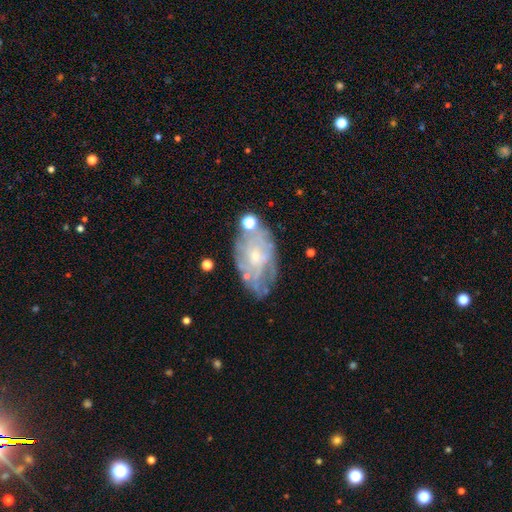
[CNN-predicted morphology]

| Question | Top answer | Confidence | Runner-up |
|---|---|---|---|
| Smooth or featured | featured or disk | 69% | smooth (22%) |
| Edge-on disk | no | 94% | yes (6%) |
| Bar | no | 80% | weak (16%) |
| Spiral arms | yes | 57% | no (43%) |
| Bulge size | small | 75% | moderate (19%) |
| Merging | none | 61% | minor disturbance (22%) |